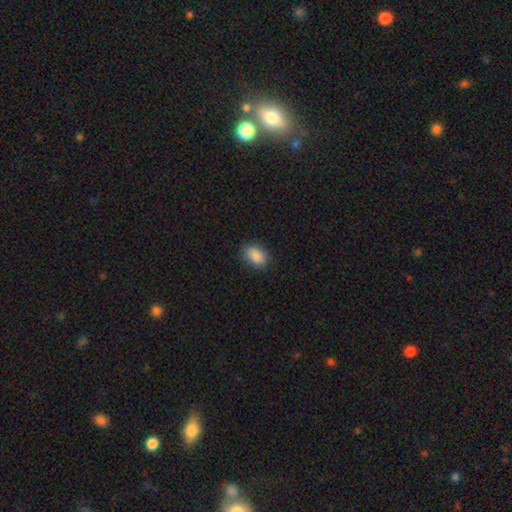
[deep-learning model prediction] Morphology: type=smooth (89%); roundness=in between (86%); merging=none (86%).